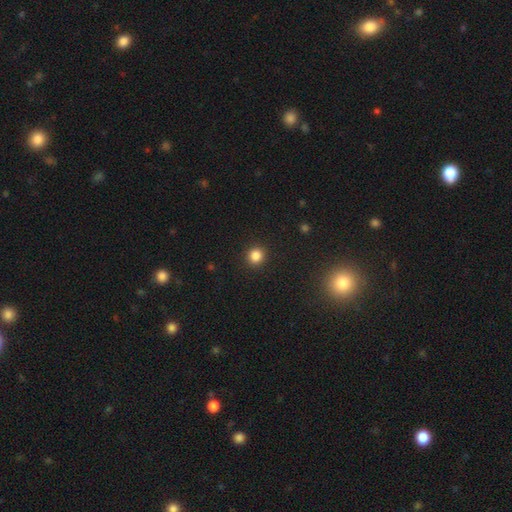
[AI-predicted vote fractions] The model was most divided on "smooth or featured": smooth: 84%, star or artifact: 12%, featured or disk: 4%. More confident: merging — none (92%); how rounded — round (90%).